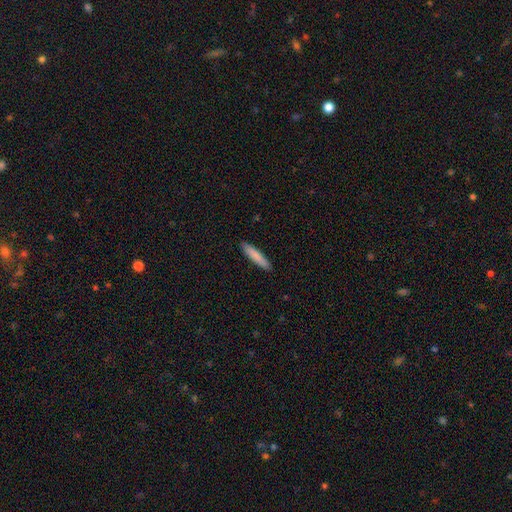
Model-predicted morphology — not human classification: type=smooth (85%); roundness=cigar-shaped (88%); merging=none (90%).